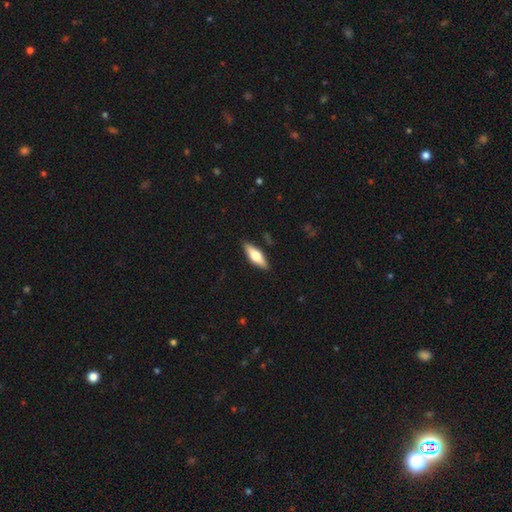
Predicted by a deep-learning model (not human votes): Q: Smooth or featured?
A: smooth (51%); runner-up: featured or disk (43%)
Q: How rounded?
A: in between (52%); runner-up: cigar-shaped (45%)
Q: Merging?
A: none (89%); runner-up: minor disturbance (8%)